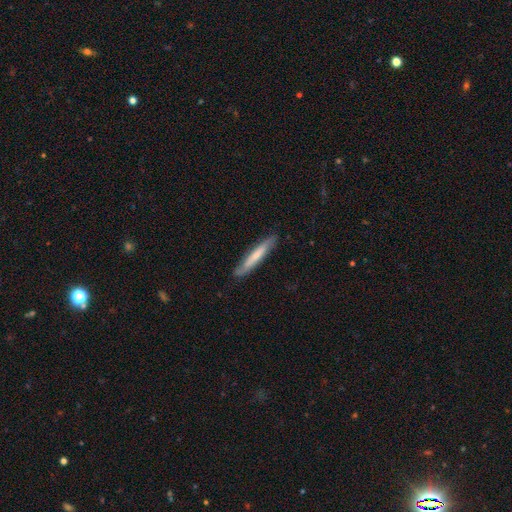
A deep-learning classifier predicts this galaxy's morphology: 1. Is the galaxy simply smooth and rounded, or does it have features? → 59% smooth, 35% featured or disk, 5% star or artifact.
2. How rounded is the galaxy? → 94% cigar-shaped, 5% in between, 1% round.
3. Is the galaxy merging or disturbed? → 83% none, 14% minor disturbance, 2% major disturbance, 1% merger.